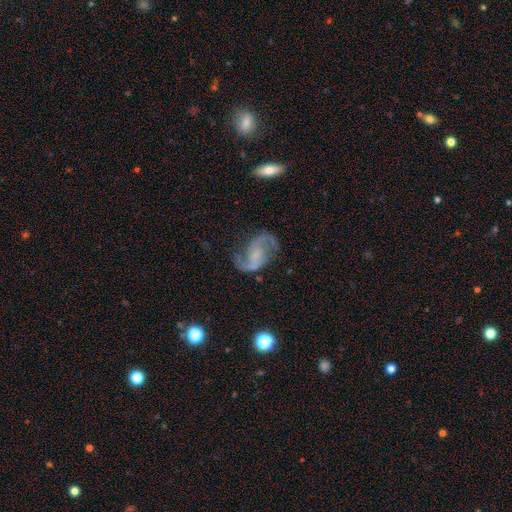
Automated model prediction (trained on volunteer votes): A featured or disk galaxy (89%) with no bar (52%), 2 (93%) medium (45%, tied with loose) spiral arms (97%) and no central bulge (41%). Merging: none (74%).